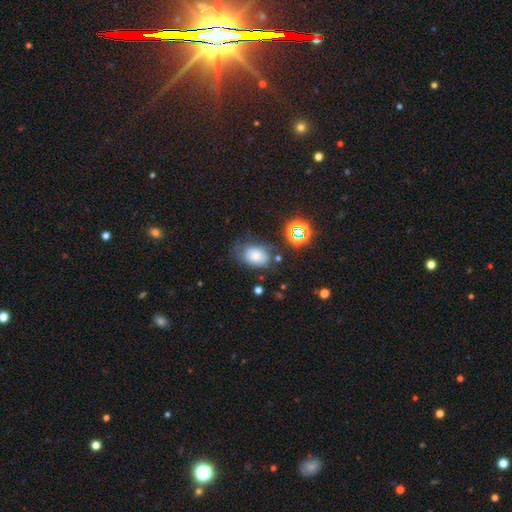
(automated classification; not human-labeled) Smooth or featured?
  - smooth: 65% *
  - featured or disk: 20%
  - star or artifact: 15%
How rounded?
  - in between: 77% *
  - round: 22%
  - cigar-shaped: 1%
Merging?
  - none: 53% *
  - minor disturbance: 29%
  - major disturbance: 14%
  - merger: 5%